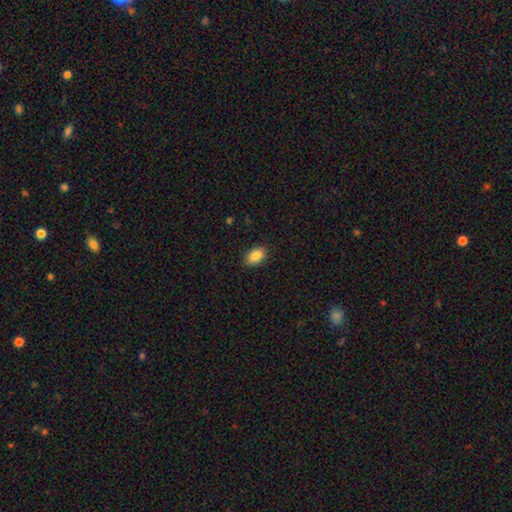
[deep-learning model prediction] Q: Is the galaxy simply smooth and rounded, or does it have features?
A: smooth — 88%.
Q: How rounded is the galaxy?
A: in between — 89%.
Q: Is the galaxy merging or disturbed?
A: none — 87%.